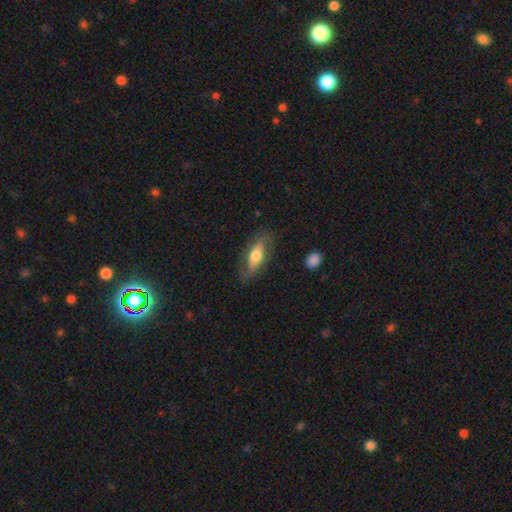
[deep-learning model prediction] Overall: smooth (55%; featured or disk 39%). How rounded: in between (71%). Merging: none (75%).